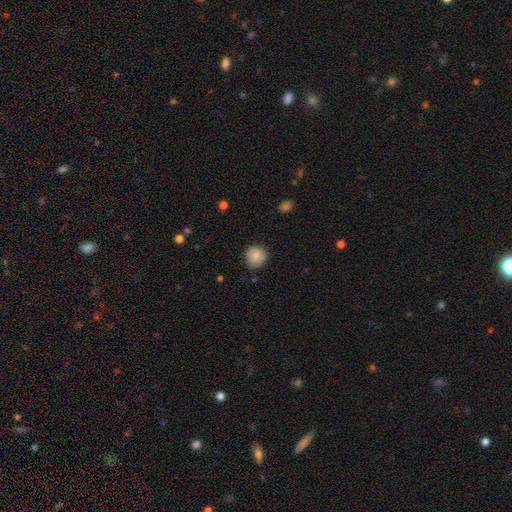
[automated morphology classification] A smooth galaxy with no disk features (85%) that is round (90%).

Vote fractions:
- Smooth or featured? smooth: 85% / star or artifact: 8% / featured or disk: 7%
- How rounded? round: 90% / in between: 9% / cigar-shaped: 1%
- Merging? none: 79% / minor disturbance: 17% / major disturbance: 3% / merger: 1%